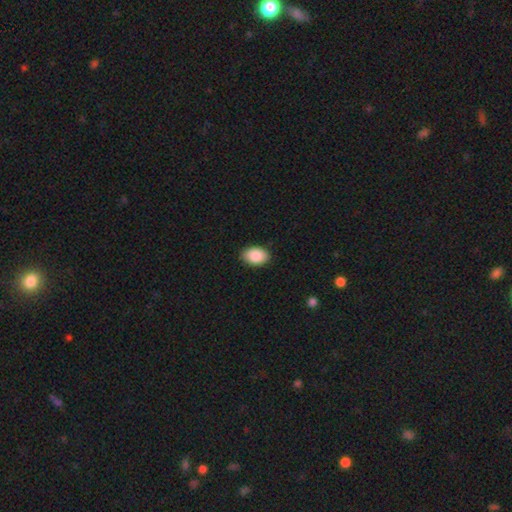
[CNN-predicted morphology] This appears to be a smooth galaxy with no disk features (89%) that is in between round and cigar-shaped (88%). Merging: none (87%).